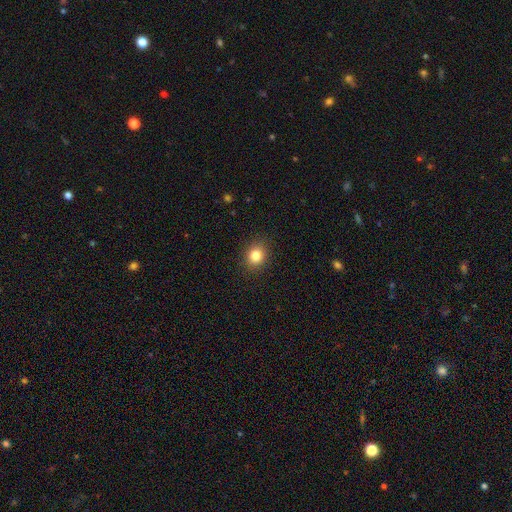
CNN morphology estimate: The model was most divided on "how rounded": round: 66%, in between: 33%, cigar-shaped: 1%. More confident: merging — none (89%); smooth or featured — smooth (84%).